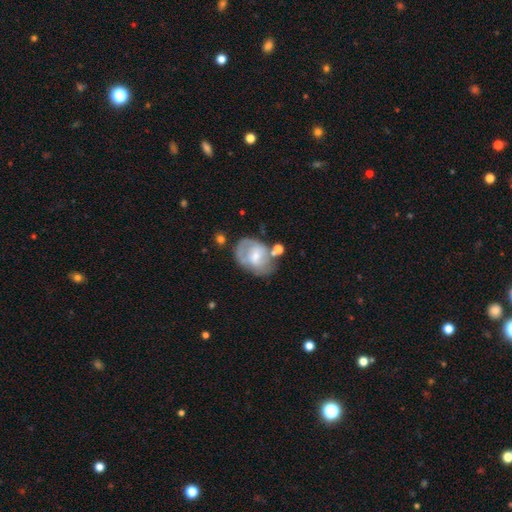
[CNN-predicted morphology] featured or disk 54%, smooth 39%, star or artifact 7%. Down the decision tree: edge-on disk — no (96%); bar — no (46%); spiral arms — yes (56%); bulge size — moderate (47%); merging — none (47%).